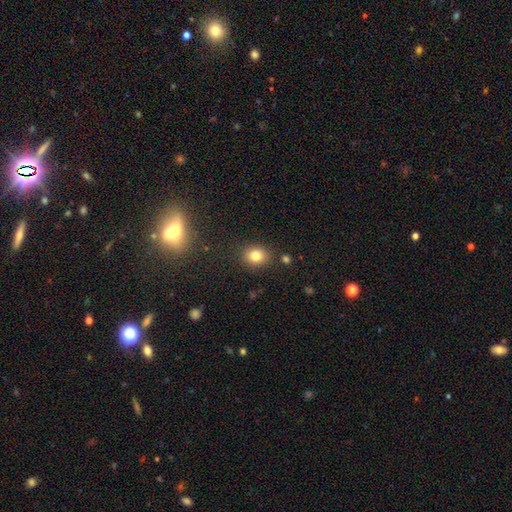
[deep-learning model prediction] smooth 80%, star or artifact 12%, featured or disk 8%. Down the decision tree: how rounded — round (59%); merging — none (86%).